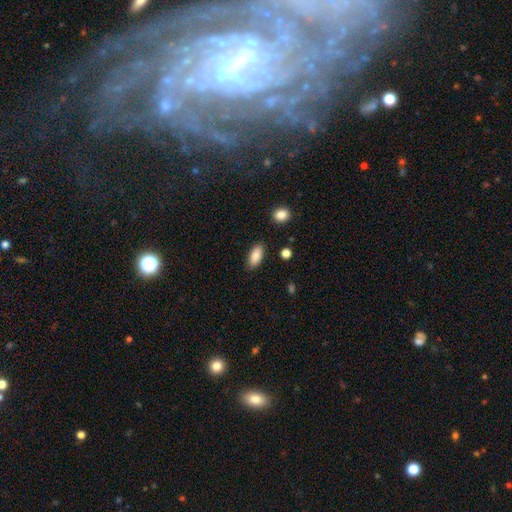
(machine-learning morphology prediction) Smooth or featured? smooth (86%)
How rounded? in between (88%)
Merging? none (86%)